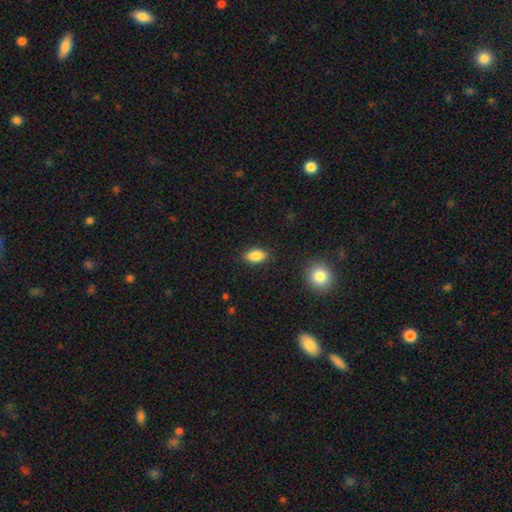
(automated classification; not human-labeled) A smooth galaxy with no disk features (86%) that is in between round and cigar-shaped (89%). Merging: none (87%).